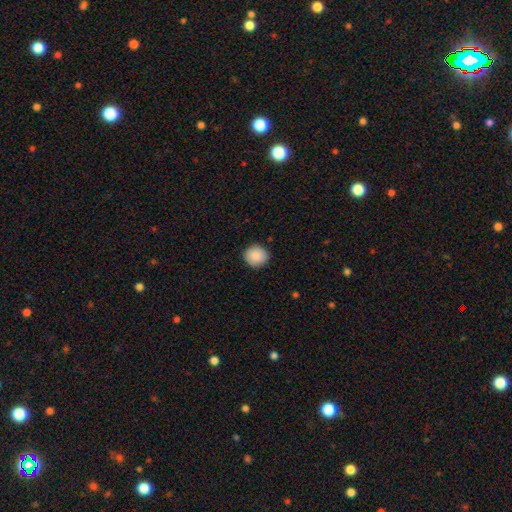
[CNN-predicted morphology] Smooth or featured: smooth — 88% (star or artifact — 7%)
How rounded: round — 88% (in between — 11%)
Merging: none — 89% (minor disturbance — 8%)